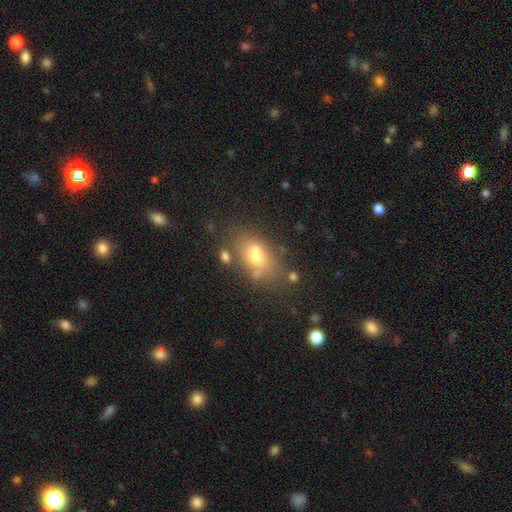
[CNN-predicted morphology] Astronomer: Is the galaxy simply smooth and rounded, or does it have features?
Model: smooth — 63%.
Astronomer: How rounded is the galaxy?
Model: in between — 81%.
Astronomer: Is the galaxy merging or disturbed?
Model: none — 53%.